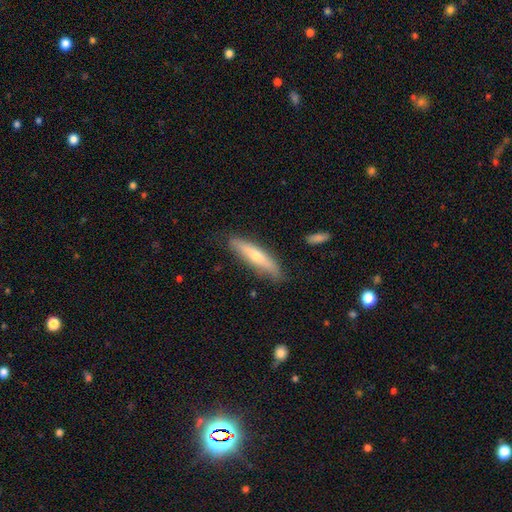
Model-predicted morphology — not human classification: smooth 50%, featured or disk 43%, star or artifact 6%. Down the decision tree: how rounded — cigar-shaped (84%); merging — none (82%).